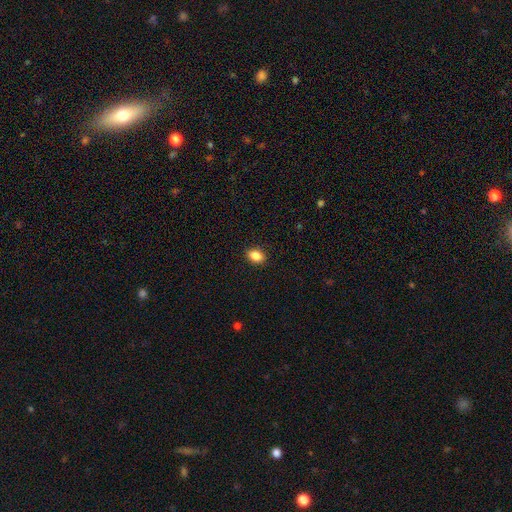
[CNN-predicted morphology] Overall: smooth (86%). How rounded: in between (77%). Merging: none (90%).